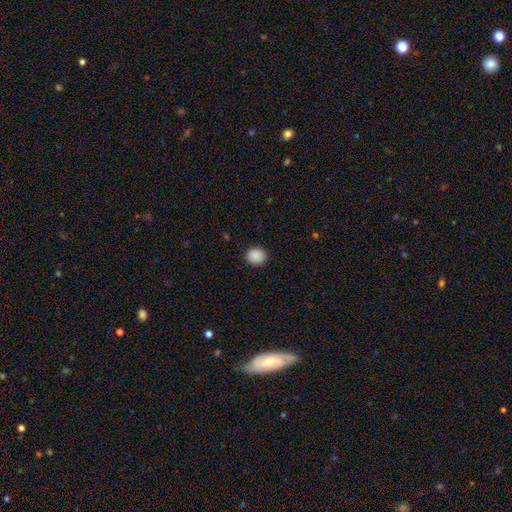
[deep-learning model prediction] Smooth or featured? smooth (89%)
How rounded? round (70%)
Merging? none (90%)